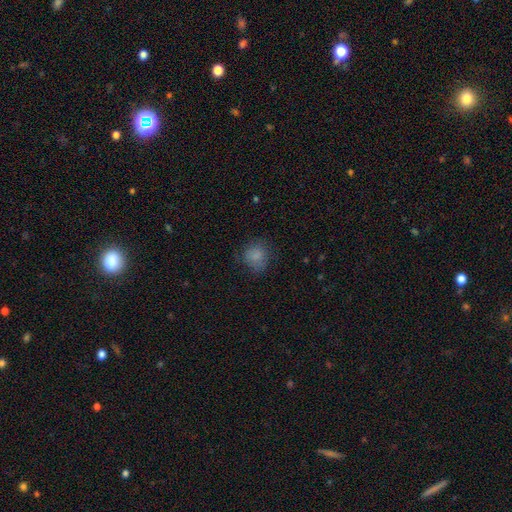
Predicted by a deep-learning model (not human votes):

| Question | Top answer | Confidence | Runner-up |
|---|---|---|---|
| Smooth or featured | smooth | 81% | star or artifact (11%) |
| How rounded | round | 75% | in between (24%) |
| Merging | none | 70% | minor disturbance (20%) |